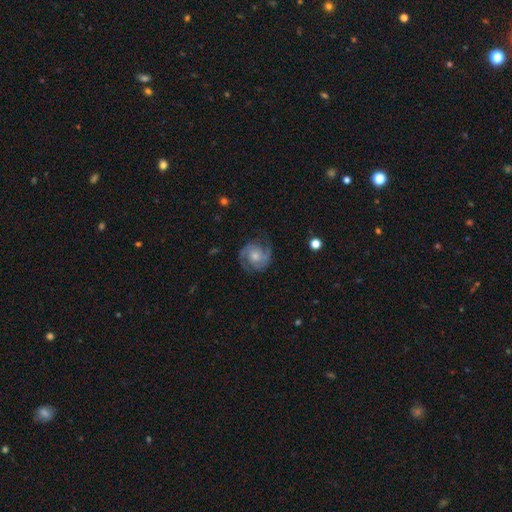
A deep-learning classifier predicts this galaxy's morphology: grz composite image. It shows a featured or disk galaxy (82%) with no bar (71%), 2 (84%) medium (46%) spiral arms (96%) and a moderate central bulge (51%). Merging: none (77%).